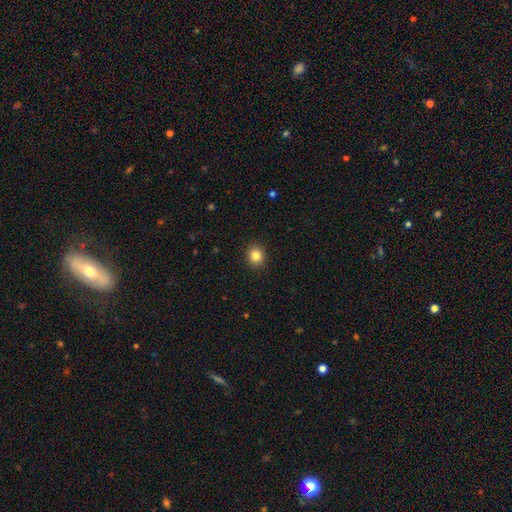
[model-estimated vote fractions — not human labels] Smooth or featured?
  - smooth: 83% *
  - star or artifact: 11%
  - featured or disk: 5%
How rounded?
  - round: 82% *
  - in between: 17%
  - cigar-shaped: 1%
Merging?
  - none: 92% *
  - minor disturbance: 6%
  - major disturbance: 2%
  - merger: 1%